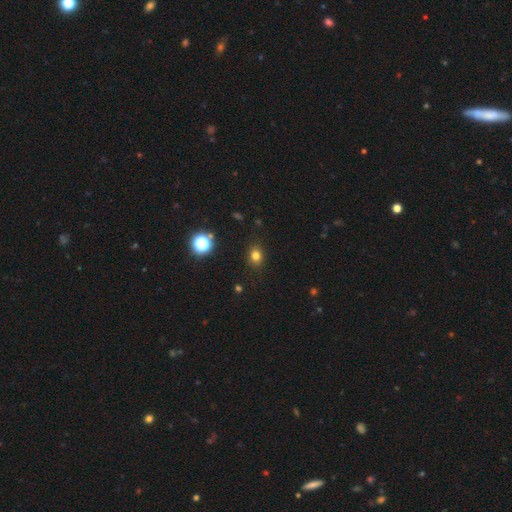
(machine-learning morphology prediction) The model was most divided on "how rounded": round: 57%, in between: 42%, cigar-shaped: 1%. More confident: merging — none (88%); smooth or featured — smooth (77%).